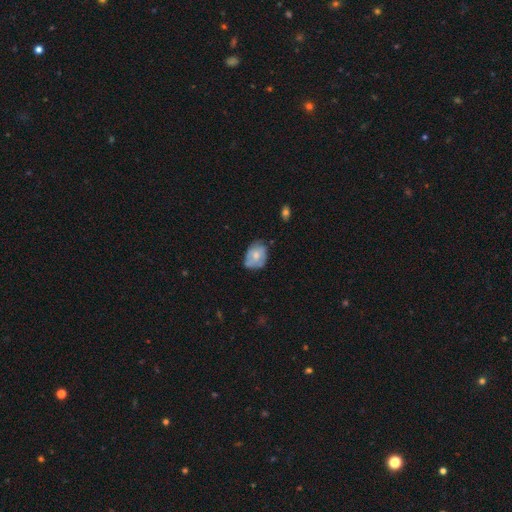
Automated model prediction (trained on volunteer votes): This appears to be a smooth galaxy with no disk features (50%) that is in between round and cigar-shaped (69%). Merging: none (52%).